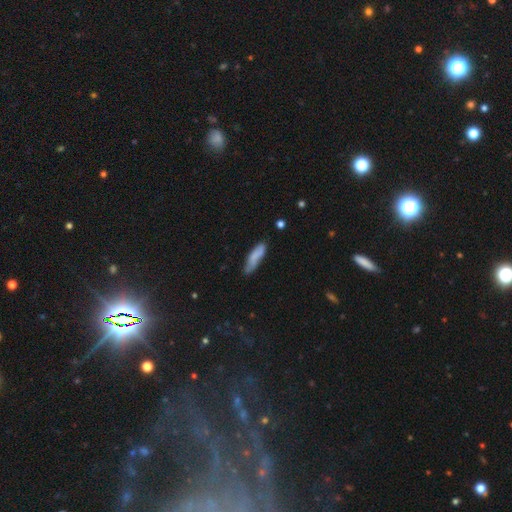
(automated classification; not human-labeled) This appears to be a smooth galaxy with no disk features (75%) that is cigar-shaped (61%). Merging: none (65%).